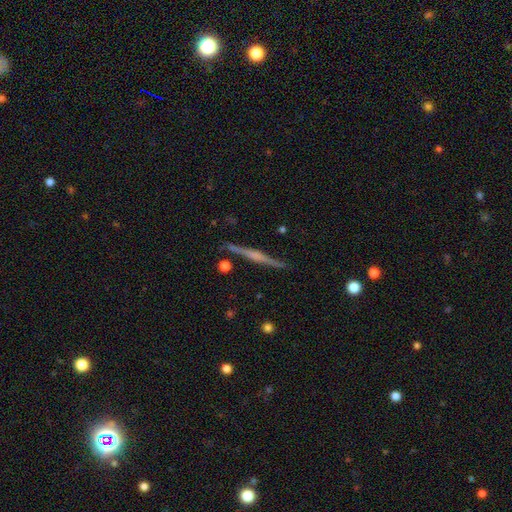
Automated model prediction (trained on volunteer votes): Smooth or featured? Predicted: featured or disk (p=0.75). Edge-on disk? Predicted: yes (p=0.98). Edge-on bulge? Predicted: rounded (p=0.52). Merging? Predicted: none (p=0.89).